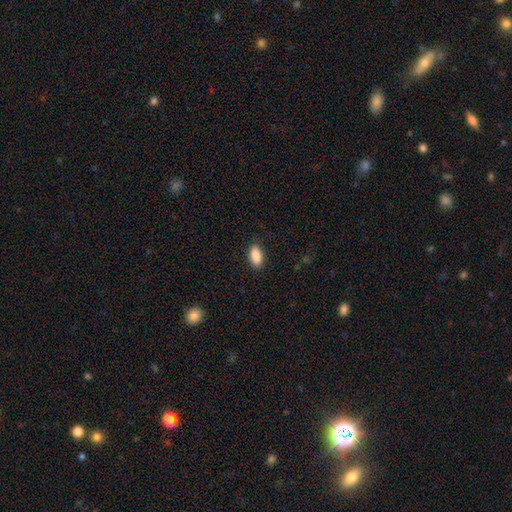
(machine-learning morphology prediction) smooth_or_featured: smooth (p=0.90) [alt: star or artifact p=0.07]
how_rounded: in between (p=0.92) [alt: cigar-shaped p=0.05]
merging: none (p=0.86) [alt: minor disturbance p=0.10]